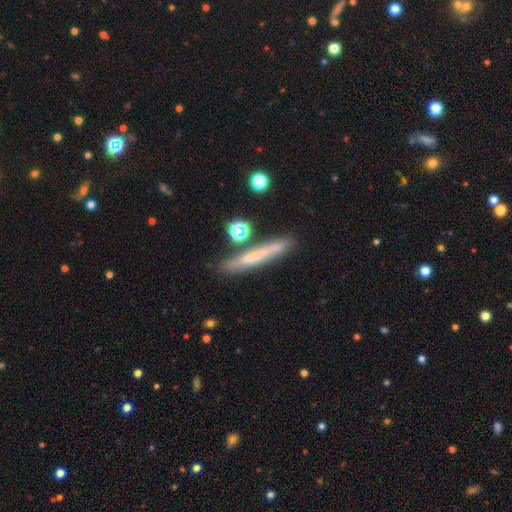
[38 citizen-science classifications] Smooth or featured? smooth (58%)
How rounded? cigar-shaped (95%)
Merging? none (67%)